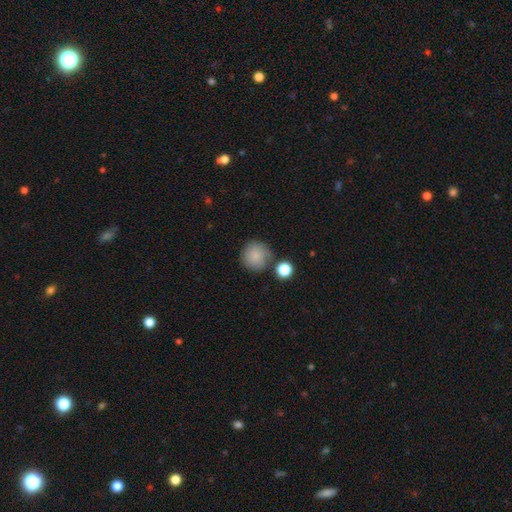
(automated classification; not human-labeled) This is clearly a smooth galaxy (82%). How rounded: clearly round (93%). Merging: likely none (71%).